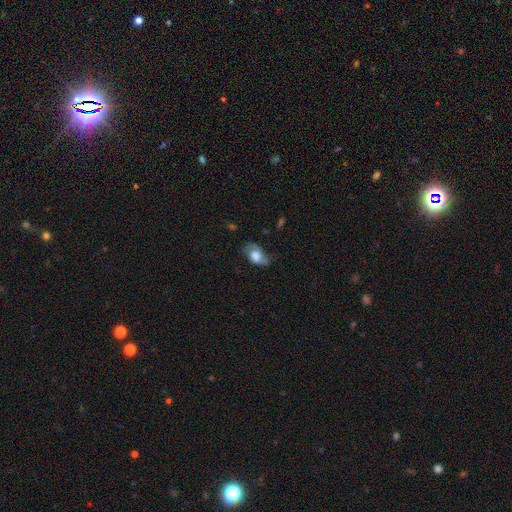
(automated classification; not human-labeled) Q: Smooth or featured?
A: smooth (58%); runner-up: featured or disk (34%)
Q: How rounded?
A: in between (81%); runner-up: round (17%)
Q: Merging?
A: none (44%); runner-up: minor disturbance (33%)